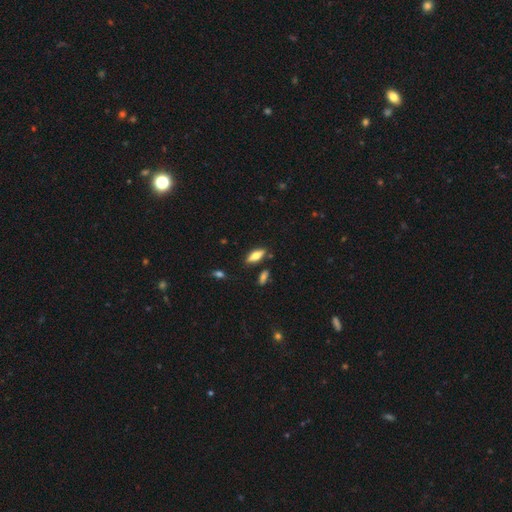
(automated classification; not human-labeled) A smooth galaxy with no disk features (61%) that is in between round and cigar-shaped (66%).

Vote fractions:
- Smooth or featured? smooth: 61% / featured or disk: 31% / star or artifact: 7%
- How rounded? in between: 66% / cigar-shaped: 32% / round: 3%
- Merging? none: 81% / minor disturbance: 12% / merger: 4% / major disturbance: 3%